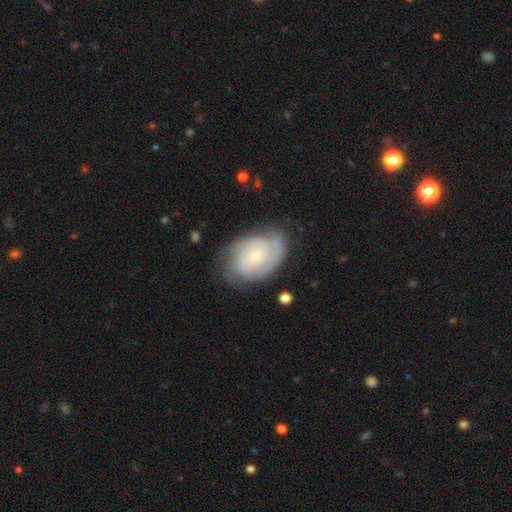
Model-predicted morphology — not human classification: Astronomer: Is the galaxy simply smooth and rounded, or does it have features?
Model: featured or disk — 79%.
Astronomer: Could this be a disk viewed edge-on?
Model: no — 97%.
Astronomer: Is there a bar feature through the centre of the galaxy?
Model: no — 62%.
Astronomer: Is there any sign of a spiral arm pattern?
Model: yes — 94%.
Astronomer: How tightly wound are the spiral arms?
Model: tight — 58% (runner-up: medium, 33%).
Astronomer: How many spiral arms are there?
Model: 2 — 40% (runner-up: can't tell, 26%).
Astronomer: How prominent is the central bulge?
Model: small — 72%.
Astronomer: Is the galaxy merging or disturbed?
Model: none — 70%.